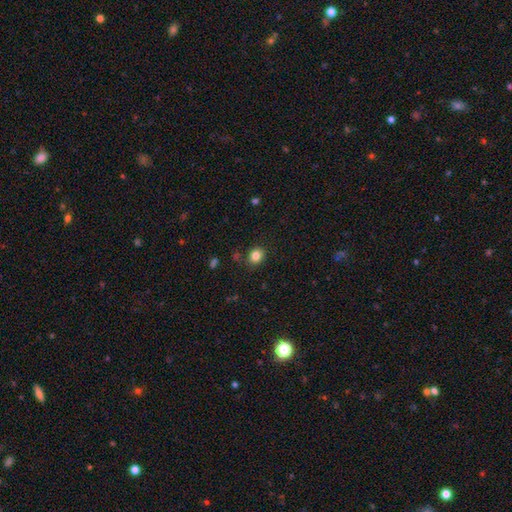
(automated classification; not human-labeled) Smooth or featured?
  - smooth: 83% *
  - star or artifact: 11%
  - featured or disk: 6%
How rounded?
  - round: 66% *
  - in between: 33%
  - cigar-shaped: 1%
Merging?
  - none: 85% *
  - minor disturbance: 10%
  - major disturbance: 3%
  - merger: 3%